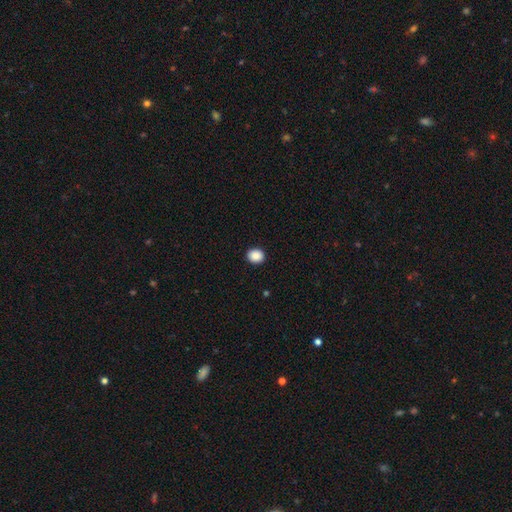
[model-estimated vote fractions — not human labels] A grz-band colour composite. It shows a smooth galaxy with no disk features (89%) that is round (72%). Merging: none (92%).